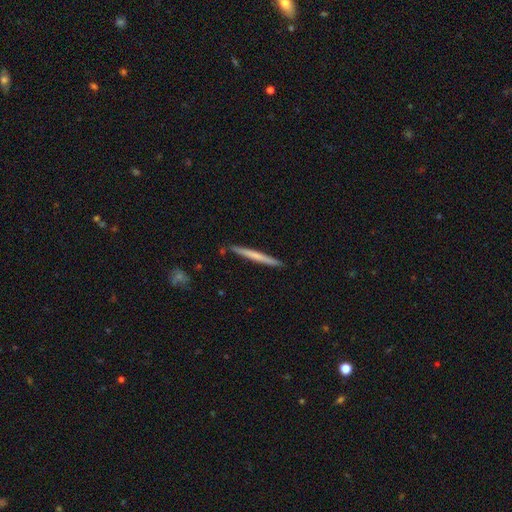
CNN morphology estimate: The model was most divided on "smooth or featured": smooth: 56%, featured or disk: 39%, star or artifact: 5%. More confident: how rounded — cigar-shaped (97%); merging — none (90%).